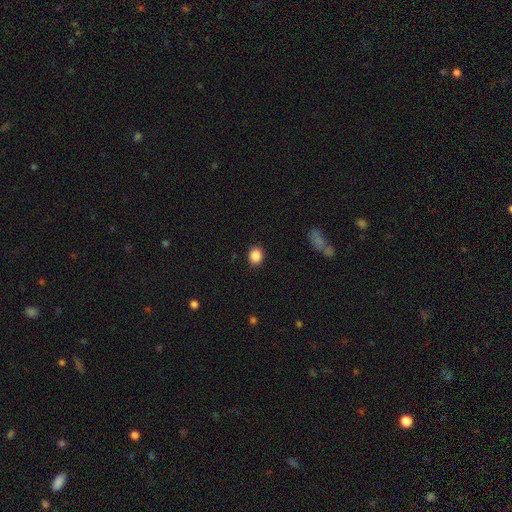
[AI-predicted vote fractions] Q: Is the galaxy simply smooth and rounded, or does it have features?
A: smooth — 87%.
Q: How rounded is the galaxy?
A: round — 64%.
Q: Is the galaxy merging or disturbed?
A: none — 90%.